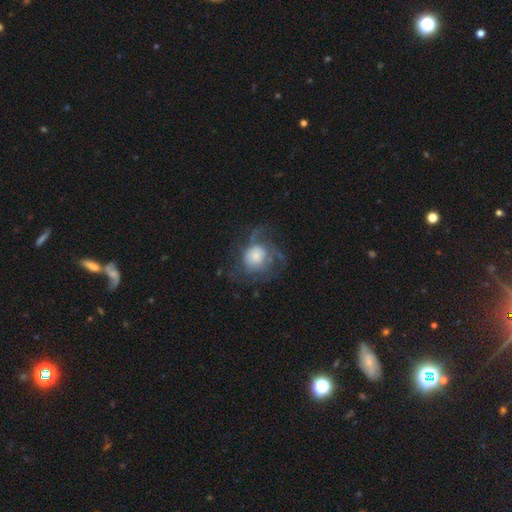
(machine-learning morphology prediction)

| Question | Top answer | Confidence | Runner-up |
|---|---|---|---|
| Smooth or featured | featured or disk | 46% | smooth (44%) |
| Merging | none | 48% | major disturbance (29%) |